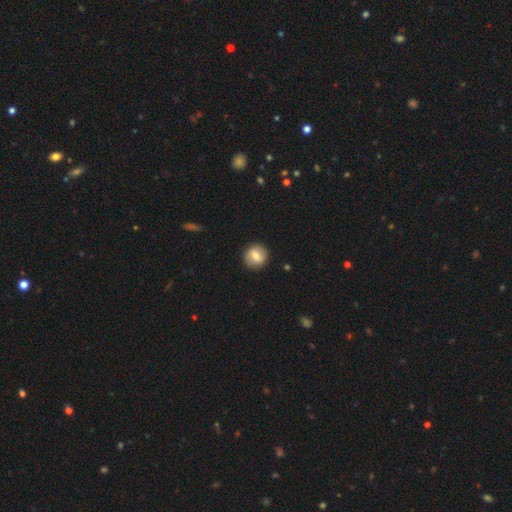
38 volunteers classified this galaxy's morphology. Volunteers were most divided on "smooth or featured": smooth: 63%, featured or disk: 34%, star or artifact: 3%. More confident: merging — none (92%); how rounded — round (92%).